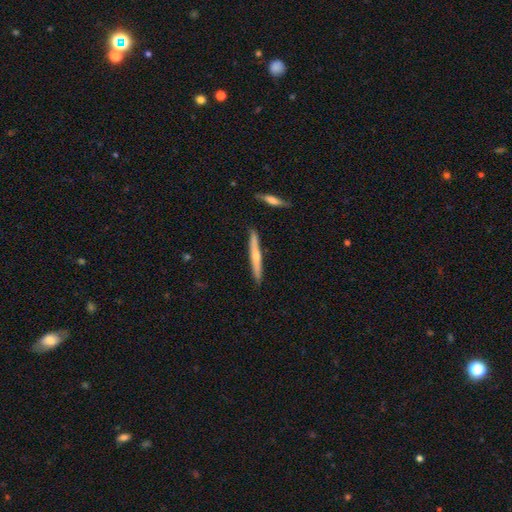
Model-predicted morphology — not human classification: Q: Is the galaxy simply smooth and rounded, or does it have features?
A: smooth — 48%.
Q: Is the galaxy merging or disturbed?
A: none — 87%.